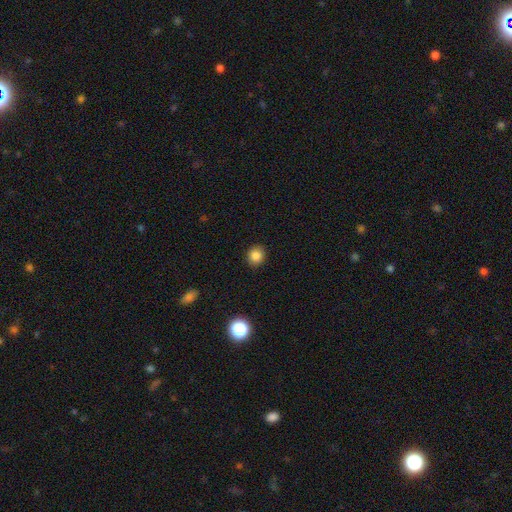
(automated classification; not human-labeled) This appears to be a smooth galaxy with no disk features (85%) that is round (80%). Merging: none (90%).